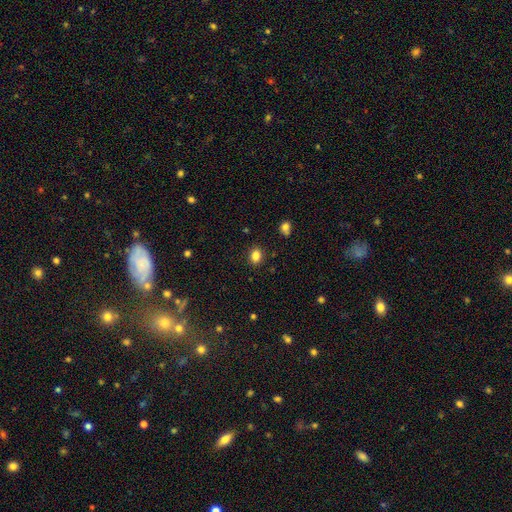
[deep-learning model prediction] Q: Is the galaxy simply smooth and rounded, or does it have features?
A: smooth — 84%.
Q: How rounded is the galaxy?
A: in between — 55%.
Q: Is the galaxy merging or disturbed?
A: none — 87%.